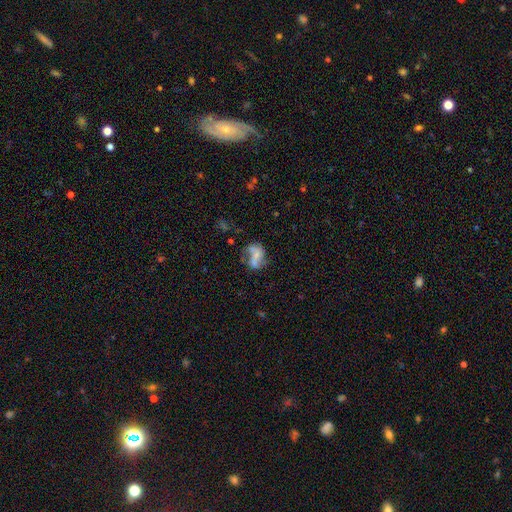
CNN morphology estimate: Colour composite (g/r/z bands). It shows a featured or disk galaxy (54%) with no bar (62%), spiral arms (56%) and a small central bulge (39%). Merging: none (35%).